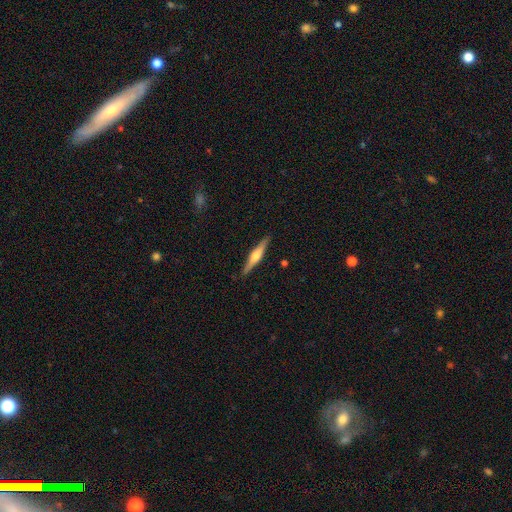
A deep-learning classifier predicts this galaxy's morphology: Q: Smooth or featured?
A: featured or disk (71%); runner-up: smooth (24%)
Q: Edge-on disk?
A: yes (98%); runner-up: no (2%)
Q: Edge-on bulge?
A: rounded (89%); runner-up: boxy (8%)
Q: Merging?
A: none (90%); runner-up: minor disturbance (7%)